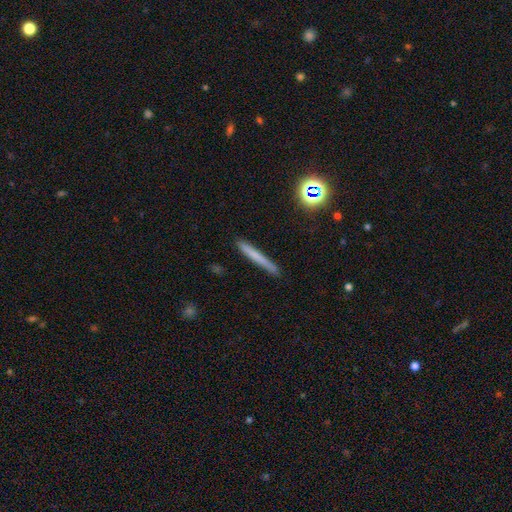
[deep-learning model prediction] Smooth or featured? Predicted: smooth (p=0.63). How rounded? Predicted: cigar-shaped (p=0.96). Merging? Predicted: none (p=0.87).